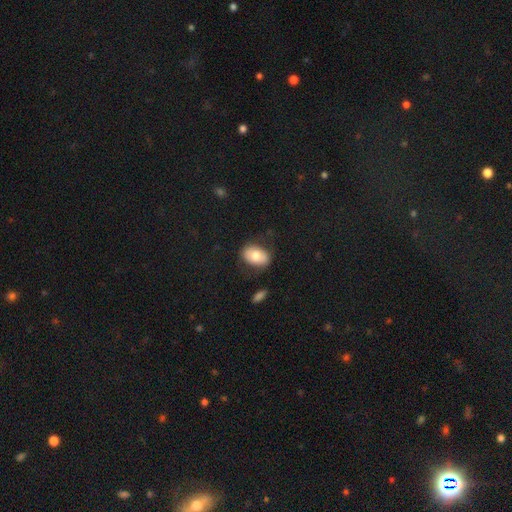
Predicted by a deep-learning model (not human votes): This appears to be a smooth galaxy with no disk features (72%) that is in between round and cigar-shaped (82%). Merging: none (77%).